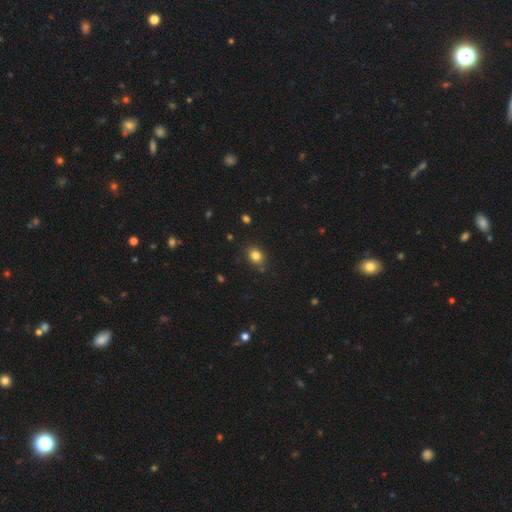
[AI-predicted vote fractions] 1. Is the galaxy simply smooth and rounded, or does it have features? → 82% smooth, 12% star or artifact, 6% featured or disk.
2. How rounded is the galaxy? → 54% round, 45% in between, 1% cigar-shaped.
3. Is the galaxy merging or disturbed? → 84% none, 11% minor disturbance, 3% major disturbance, 2% merger.